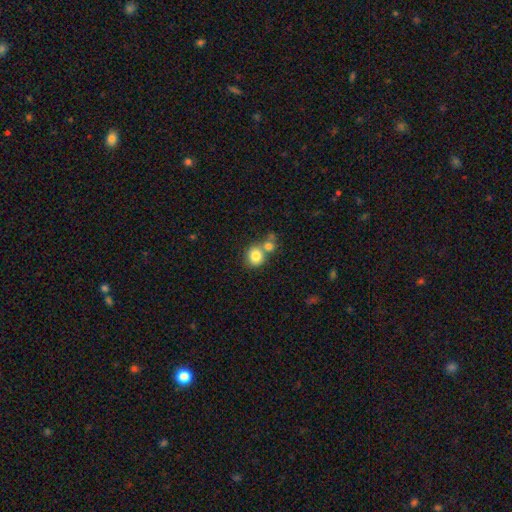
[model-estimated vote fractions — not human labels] A smooth galaxy with no disk features (81%) that is round (82%). Merging: none (49%).